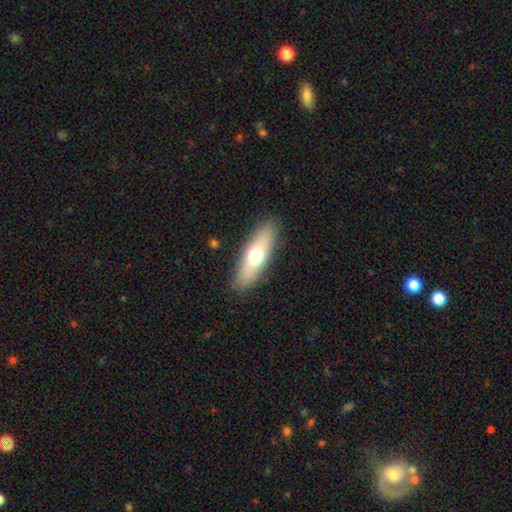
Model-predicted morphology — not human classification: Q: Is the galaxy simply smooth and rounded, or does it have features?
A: smooth — 62%.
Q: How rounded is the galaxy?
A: in between — 52%.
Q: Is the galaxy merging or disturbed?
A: none — 88%.